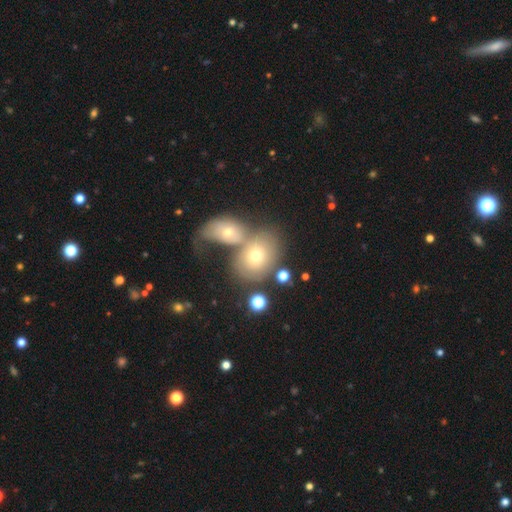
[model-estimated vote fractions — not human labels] Smooth or featured? smooth (52%)
How rounded? in between (52%)
Merging? merger (49%)